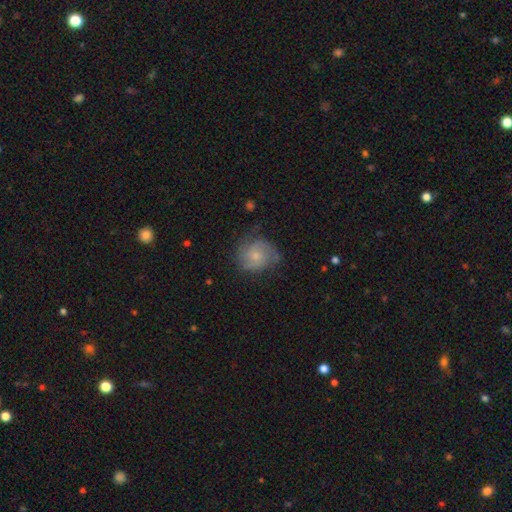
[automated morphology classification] smooth_or_featured: featured or disk (p=0.49) [alt: smooth p=0.43]
merging: none (p=0.57) [alt: minor disturbance p=0.29]